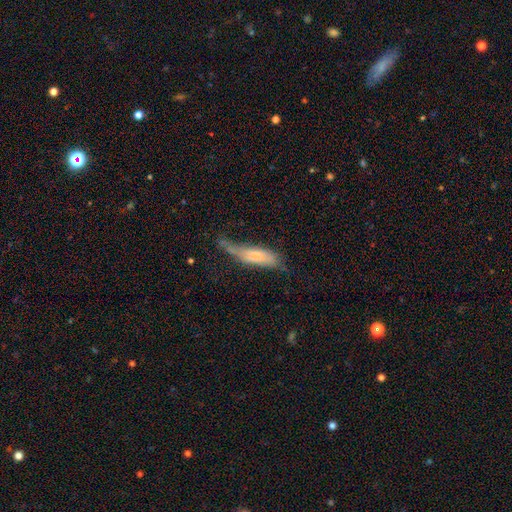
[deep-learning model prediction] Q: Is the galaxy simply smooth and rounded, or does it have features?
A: smooth — 60%.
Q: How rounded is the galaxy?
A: cigar-shaped — 60%.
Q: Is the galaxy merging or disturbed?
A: minor disturbance — 37%.